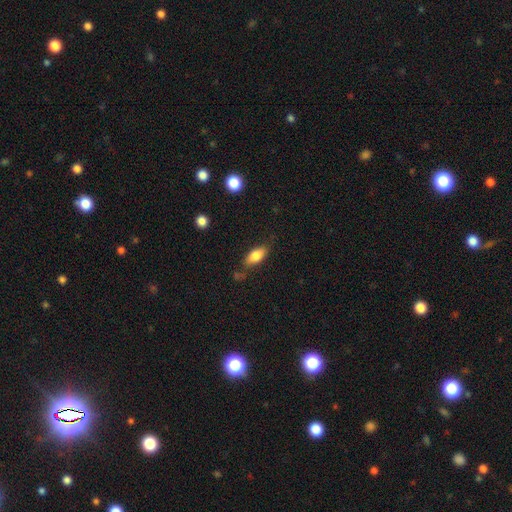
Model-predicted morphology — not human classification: The model was most divided on "merging": none: 72%, minor disturbance: 18%, major disturbance: 5%, merger: 4%. More confident: how rounded — in between (84%); smooth or featured — smooth (79%).